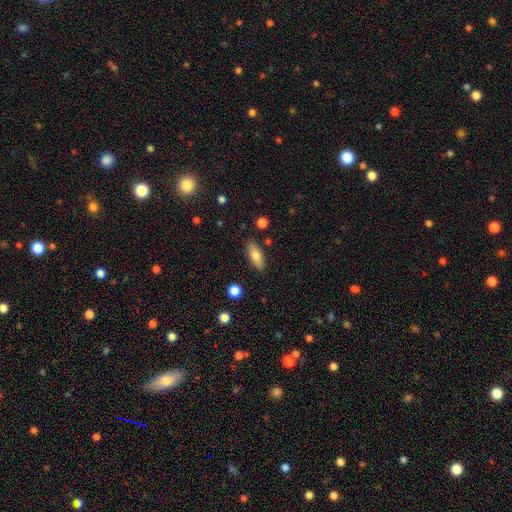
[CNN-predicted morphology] This appears to be a smooth galaxy with no disk features (74%) that is in between round and cigar-shaped (74%). Merging: none (85%).